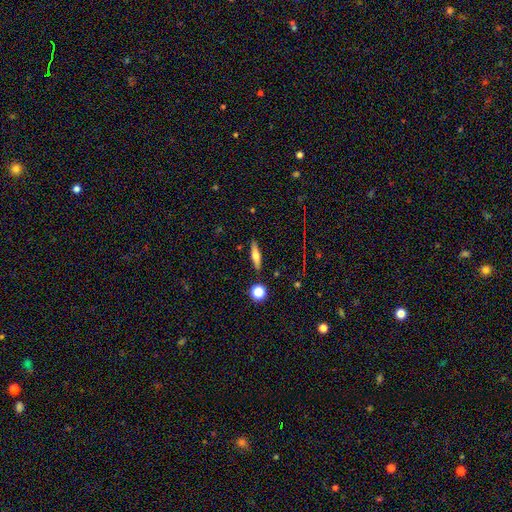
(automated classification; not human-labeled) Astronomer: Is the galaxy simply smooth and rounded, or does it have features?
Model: smooth — 56% (runner-up: featured or disk, 35%).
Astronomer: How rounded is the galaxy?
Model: cigar-shaped — 65%.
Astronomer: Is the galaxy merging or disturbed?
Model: none — 86%.